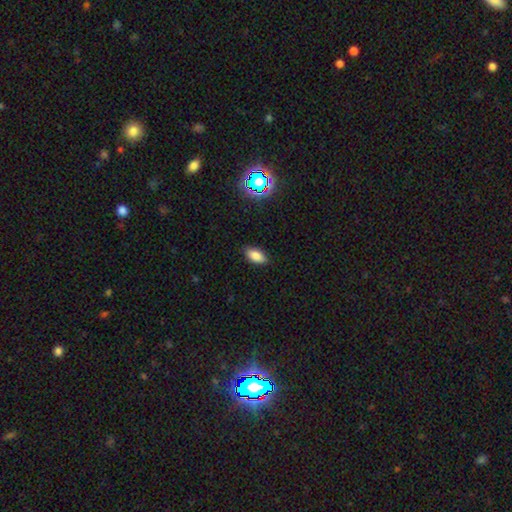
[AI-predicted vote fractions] Smooth or featured? smooth (83%)
How rounded? in between (89%)
Merging? none (88%)